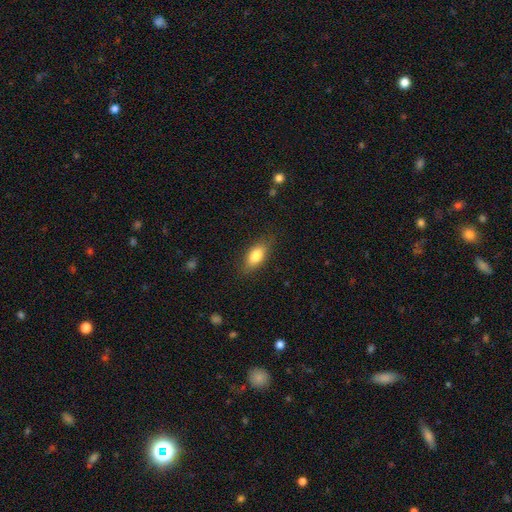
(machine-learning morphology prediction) type=smooth (80%); roundness=in between (85%); merging=none (81%).